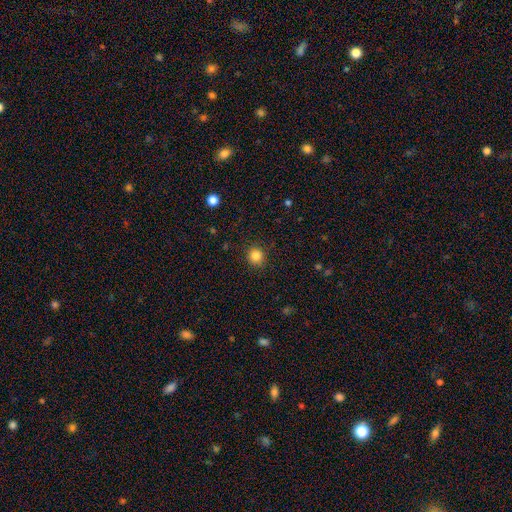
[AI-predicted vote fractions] Smooth or featured? smooth (85%)
How rounded? round (90%)
Merging? none (89%)